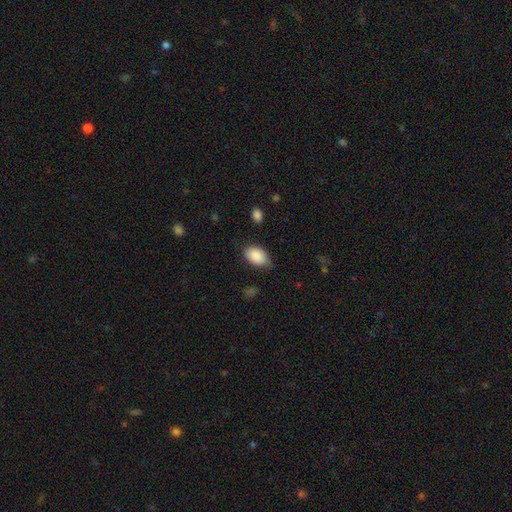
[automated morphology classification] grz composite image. It shows a smooth galaxy with no disk features (87%) that is in between round and cigar-shaped (91%). Merging: none (69%).